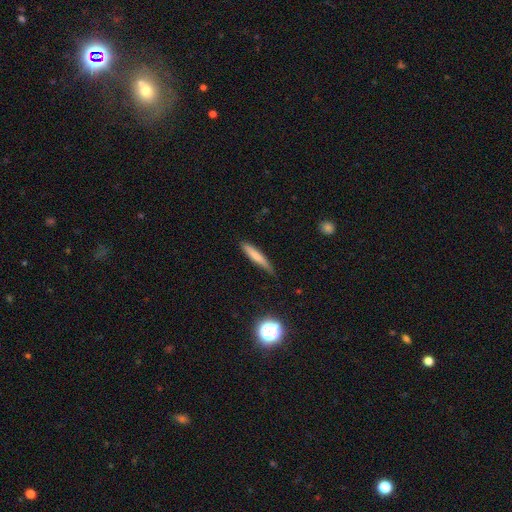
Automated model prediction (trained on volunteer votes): This is likely a smooth galaxy (73%). How rounded: clearly cigar-shaped (91%). Merging: likely none (74%).